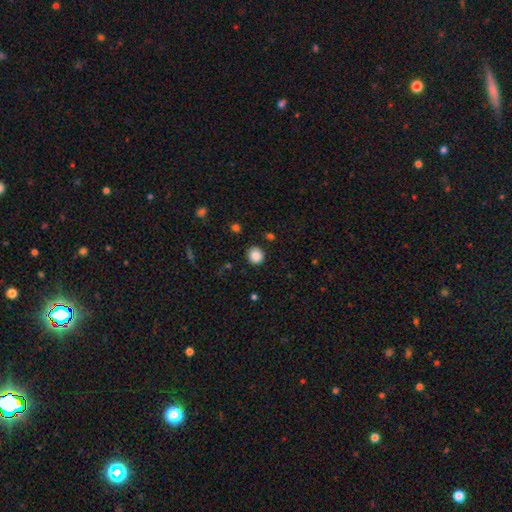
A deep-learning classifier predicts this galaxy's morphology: Smooth or featured?
  - smooth: 87% *
  - star or artifact: 10%
  - featured or disk: 3%
How rounded?
  - round: 89% *
  - in between: 10%
  - cigar-shaped: 1%
Merging?
  - none: 89% *
  - minor disturbance: 7%
  - major disturbance: 2%
  - merger: 2%